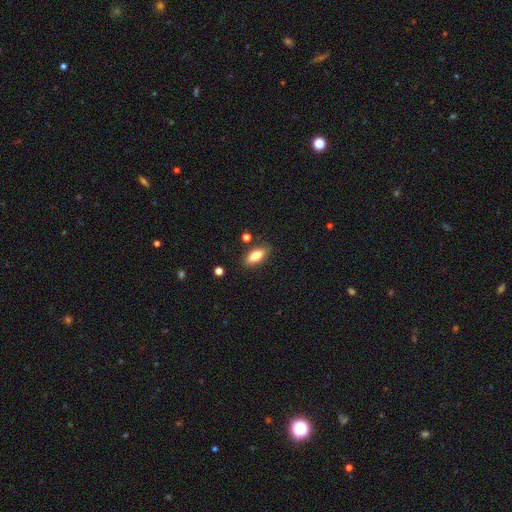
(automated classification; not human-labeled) smooth_or_featured: smooth (p=0.79) [alt: featured or disk p=0.13]
how_rounded: in between (p=0.84) [alt: cigar-shaped p=0.13]
merging: none (p=0.82) [alt: minor disturbance p=0.12]